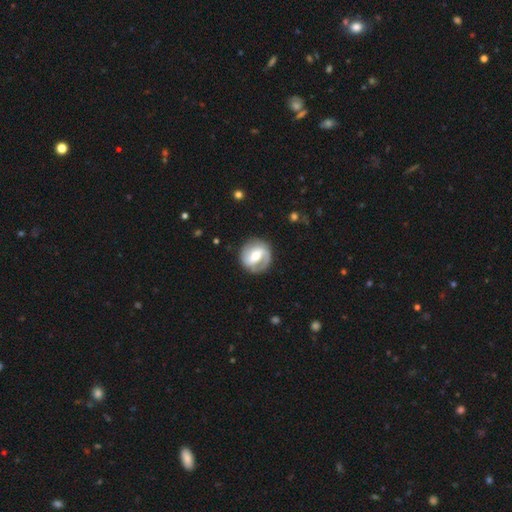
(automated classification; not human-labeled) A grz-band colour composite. It shows a featured or disk galaxy (70%) with a strong bar (41%), 2 (76%) medium (40%) spiral arms (80%) and a moderate central bulge (67%). Merging: none (82%).